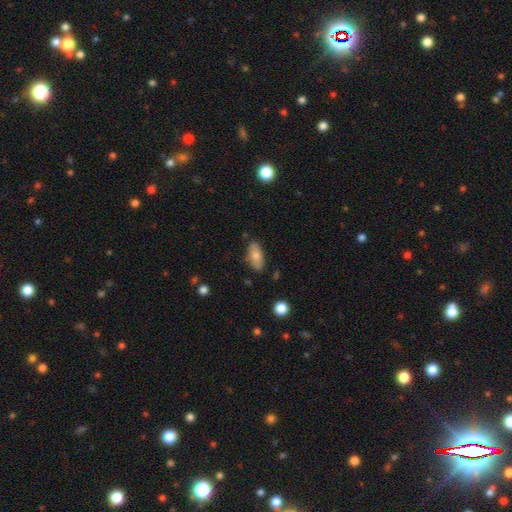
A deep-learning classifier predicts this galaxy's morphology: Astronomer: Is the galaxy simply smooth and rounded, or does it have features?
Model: smooth — 74%.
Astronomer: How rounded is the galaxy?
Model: in between — 89%.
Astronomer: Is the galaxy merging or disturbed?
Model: none — 81%.